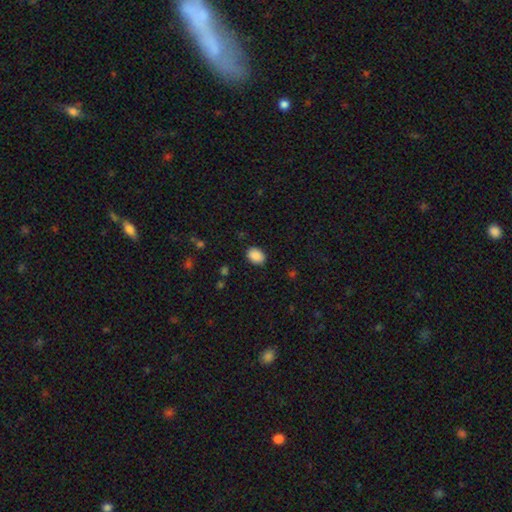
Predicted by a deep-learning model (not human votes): Smooth or featured? smooth (89%)
How rounded? in between (77%)
Merging? none (87%)